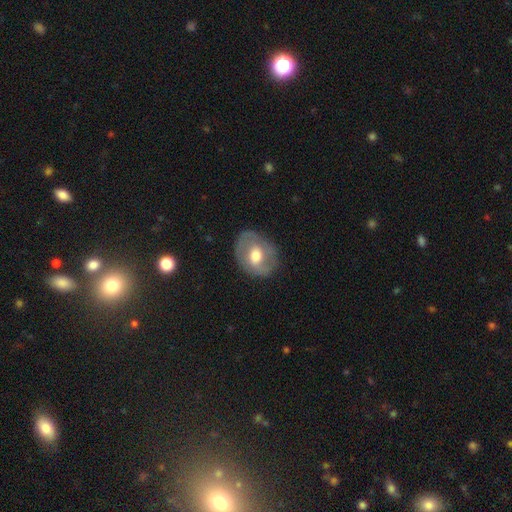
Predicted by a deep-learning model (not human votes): Overall: smooth (49%; featured or disk 44%). Merging: none (74%).